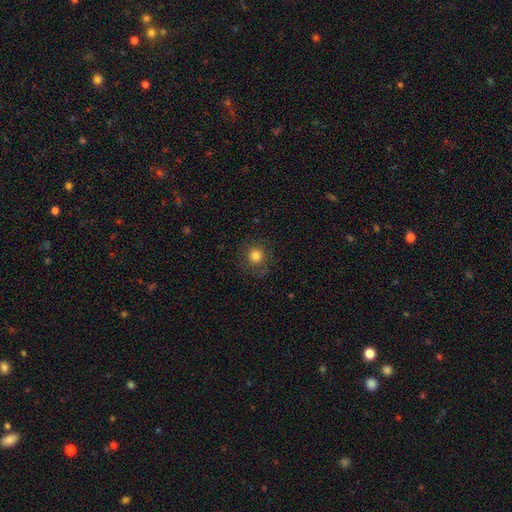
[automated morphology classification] Smooth or featured? smooth (79%)
How rounded? round (91%)
Merging? none (82%)